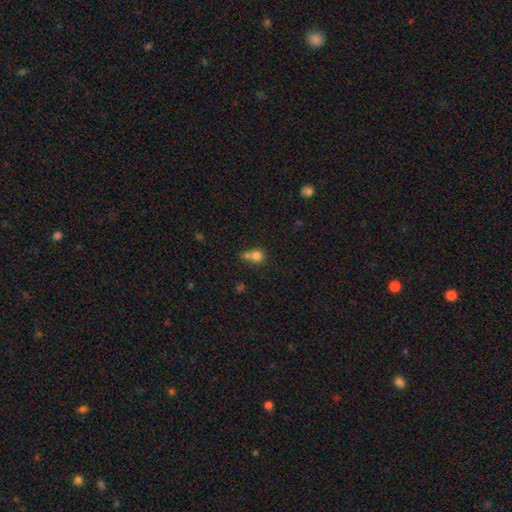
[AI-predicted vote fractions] A smooth galaxy with no disk features (77%) that is round (80%).

Vote fractions:
- Smooth or featured? smooth: 77% / star or artifact: 12% / featured or disk: 11%
- How rounded? round: 80% / in between: 19% / cigar-shaped: 1%
- Merging? merger: 50% / none: 35% / minor disturbance: 10% / major disturbance: 5%